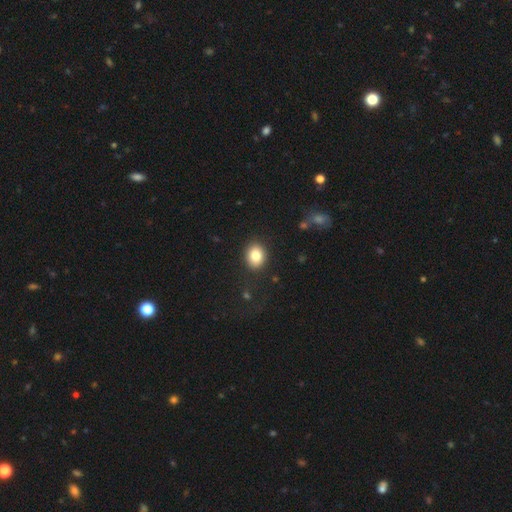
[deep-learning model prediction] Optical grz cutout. It shows a smooth galaxy with no disk features (83%) that is round (51%). Merging: none (88%).